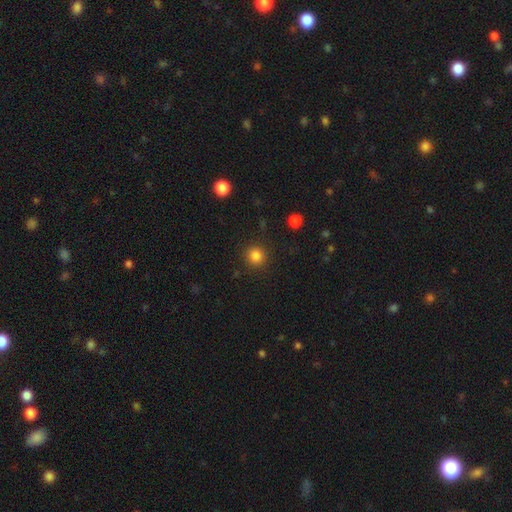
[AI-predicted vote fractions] Overall: smooth (84%). How rounded: round (93%). Merging: none (90%).